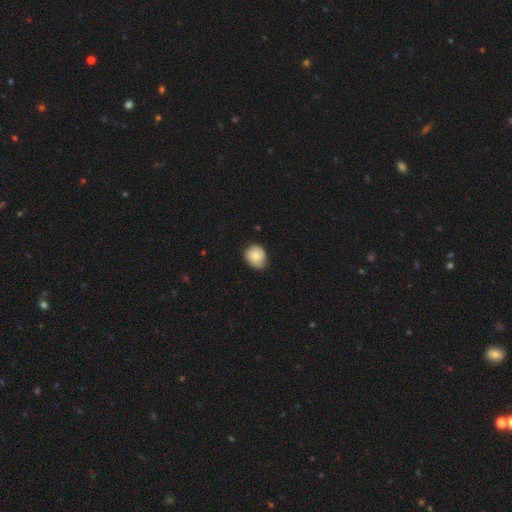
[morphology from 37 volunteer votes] smooth_or_featured: smooth (p=0.65) [alt: featured or disk p=0.32]
how_rounded: round (p=0.79) [alt: in between p=0.21]
merging: minor disturbance (p=0.50) [alt: none p=0.47]